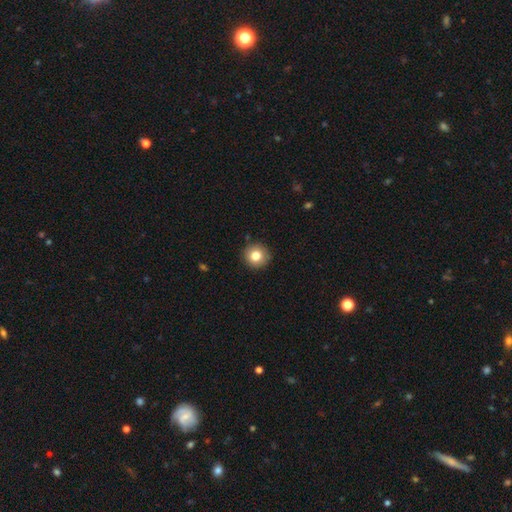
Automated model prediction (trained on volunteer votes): smooth_or_featured: smooth (p=0.82) [alt: star or artifact p=0.10]
how_rounded: round (p=0.94) [alt: in between p=0.05]
merging: none (p=0.90) [alt: minor disturbance p=0.07]